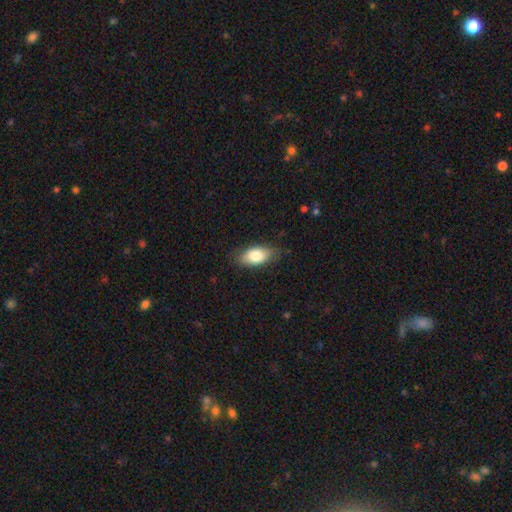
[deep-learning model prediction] Q: Smooth or featured?
A: smooth (80%); runner-up: featured or disk (13%)
Q: How rounded?
A: in between (88%); runner-up: cigar-shaped (7%)
Q: Merging?
A: none (80%); runner-up: minor disturbance (16%)